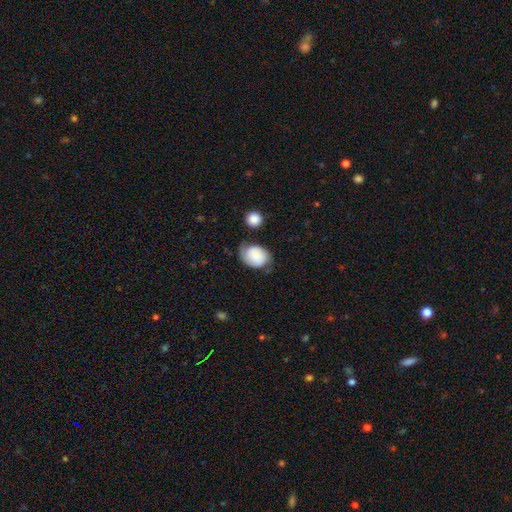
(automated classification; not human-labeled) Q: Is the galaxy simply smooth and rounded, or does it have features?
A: smooth — 74%.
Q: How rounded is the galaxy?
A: in between — 57%.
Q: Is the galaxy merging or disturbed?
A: none — 48%.